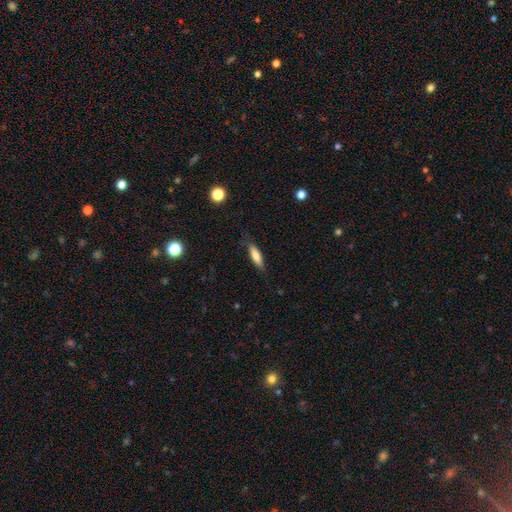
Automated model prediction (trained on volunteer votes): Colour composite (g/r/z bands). It shows a smooth galaxy with no disk features (73%) that is cigar-shaped (58%). Merging: none (75%).